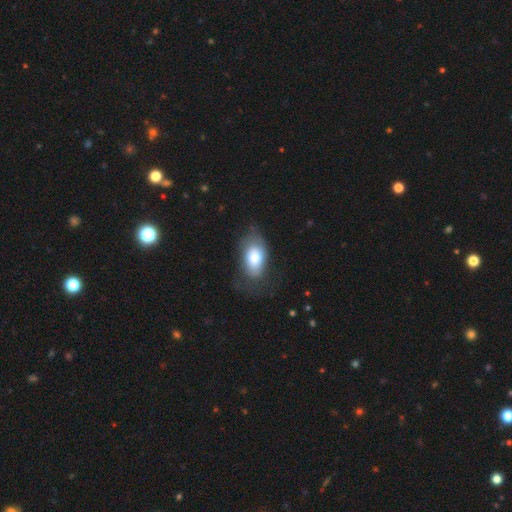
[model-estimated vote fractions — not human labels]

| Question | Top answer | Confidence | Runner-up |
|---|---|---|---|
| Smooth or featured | smooth | 72% | featured or disk (21%) |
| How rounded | in between | 91% | round (6%) |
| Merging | none | 57% | minor disturbance (26%) |